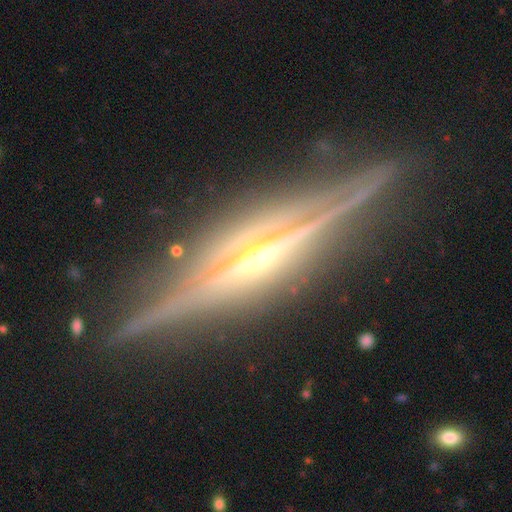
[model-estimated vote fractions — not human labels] Overall: featured or disk (89%). Edge-on disk: yes (97%). Edge-on bulge: rounded (72%). Merging: none (88%).